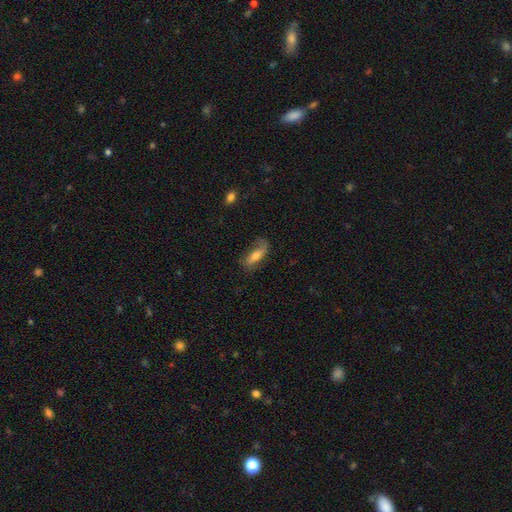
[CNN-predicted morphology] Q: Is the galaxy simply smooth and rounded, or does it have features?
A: smooth — 55%.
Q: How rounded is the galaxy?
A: in between — 63%.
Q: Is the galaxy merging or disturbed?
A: none — 57%.